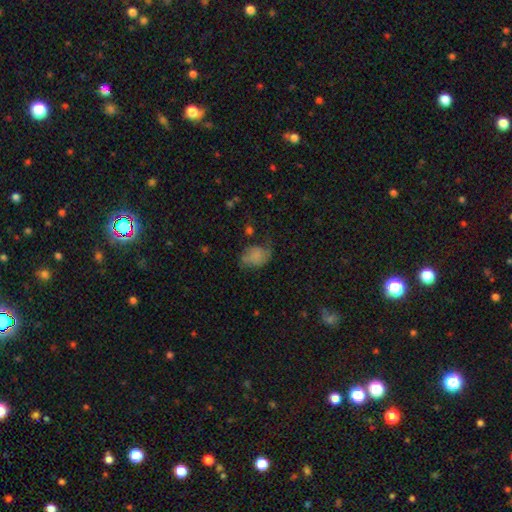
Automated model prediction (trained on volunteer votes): smooth-or-featured: smooth: 65% | featured or disk: 23% | star or artifact: 11%
  how-rounded: in between: 76% | round: 23% | cigar-shaped: 1%
  merging: none: 39% | minor disturbance: 31% | major disturbance: 27% | merger: 4%